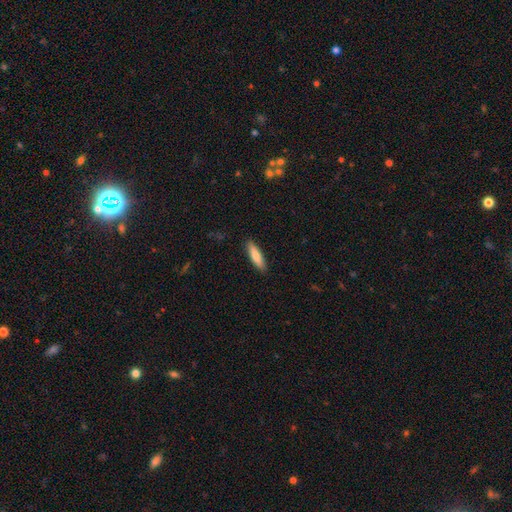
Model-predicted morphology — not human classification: A smooth galaxy with no disk features (77%) that is cigar-shaped (71%). Merging: none (90%).